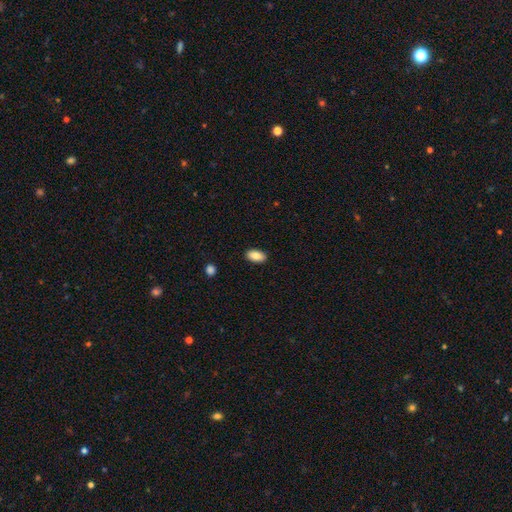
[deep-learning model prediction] Smooth or featured: smooth — 86% (star or artifact — 7%)
How rounded: in between — 93% (round — 4%)
Merging: none — 89% (minor disturbance — 8%)